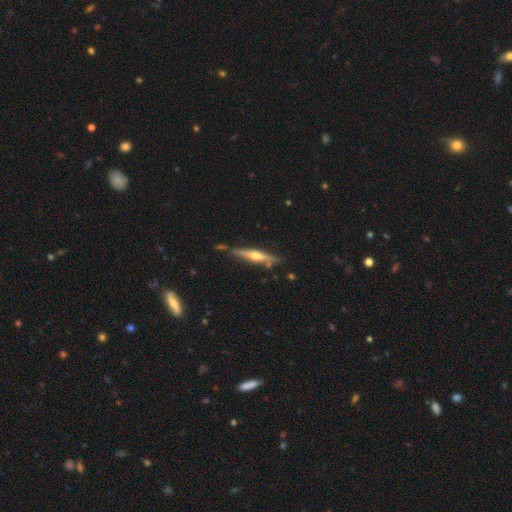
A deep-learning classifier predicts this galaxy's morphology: A featured or disk galaxy (65%) viewed edge-on (94%) with a rounded central bulge (86%). Merging: none (72%).